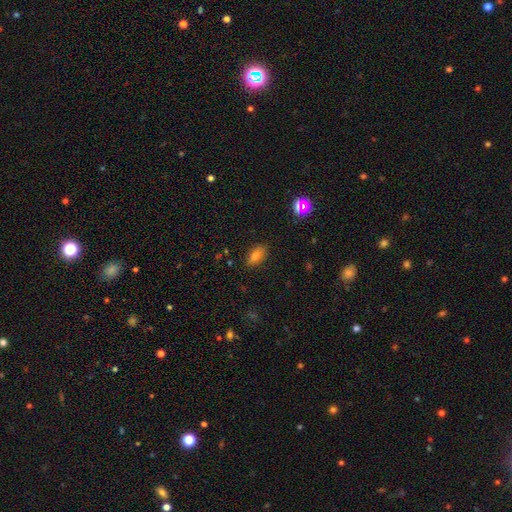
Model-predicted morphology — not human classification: A smooth galaxy with no disk features (80%) that is in between round and cigar-shaped (88%). Merging: none (85%).